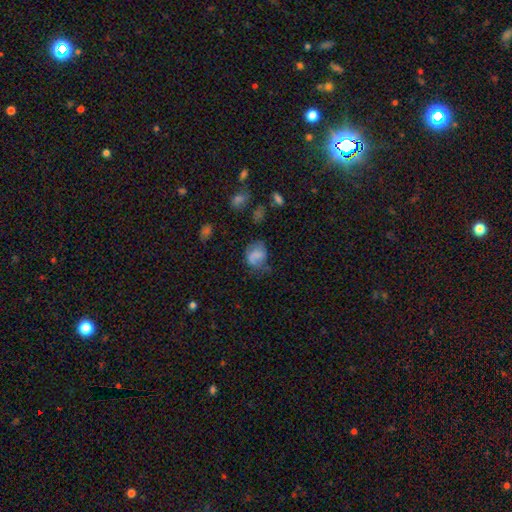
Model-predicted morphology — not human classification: A smooth galaxy with no disk features (64%) that is in between round and cigar-shaped (50%). Merging: none (47%).